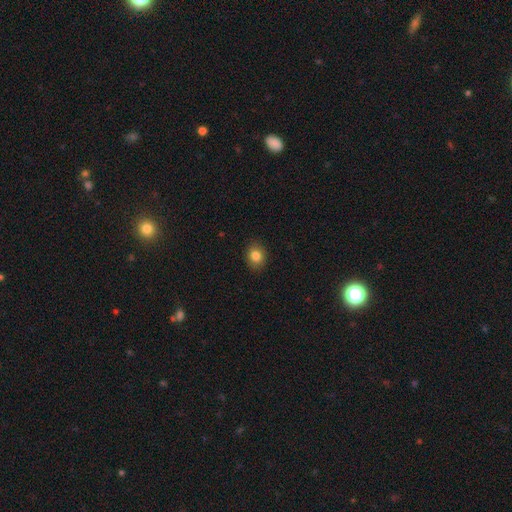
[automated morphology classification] Smooth or featured?
  - smooth: 83% *
  - star or artifact: 10%
  - featured or disk: 7%
How rounded?
  - round: 54% *
  - in between: 45%
  - cigar-shaped: 1%
Merging?
  - none: 89% *
  - minor disturbance: 8%
  - major disturbance: 2%
  - merger: 1%